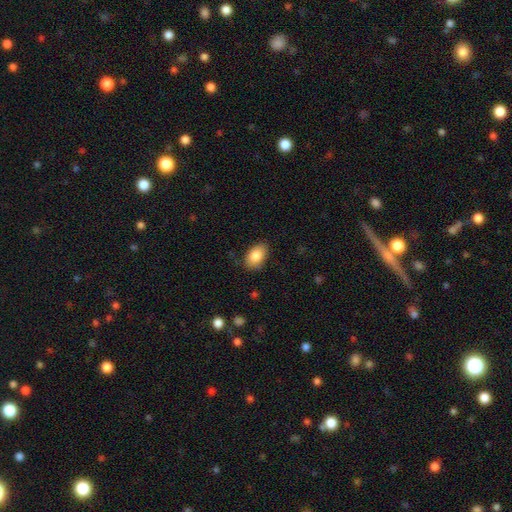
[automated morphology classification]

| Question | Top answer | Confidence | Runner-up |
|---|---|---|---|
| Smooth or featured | smooth | 85% | featured or disk (8%) |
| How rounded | in between | 89% | round (9%) |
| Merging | none | 83% | minor disturbance (13%) |